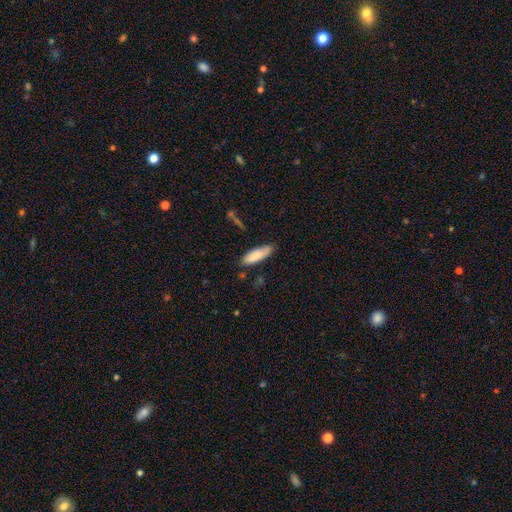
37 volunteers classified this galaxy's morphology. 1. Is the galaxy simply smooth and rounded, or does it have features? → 89% smooth, 8% featured or disk, 3% star or artifact.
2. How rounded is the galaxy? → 64% in between, 36% cigar-shaped, 0% round.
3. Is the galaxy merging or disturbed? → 75% none, 14% minor disturbance, 8% major disturbance, 3% merger.